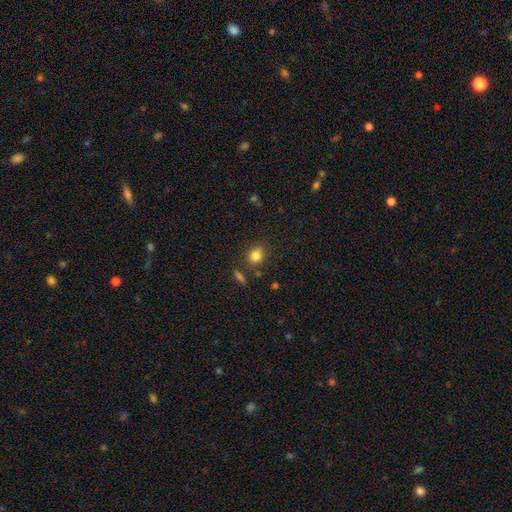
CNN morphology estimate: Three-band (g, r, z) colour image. It shows a smooth galaxy with no disk features (82%) that is round (71%). Merging: none (81%).